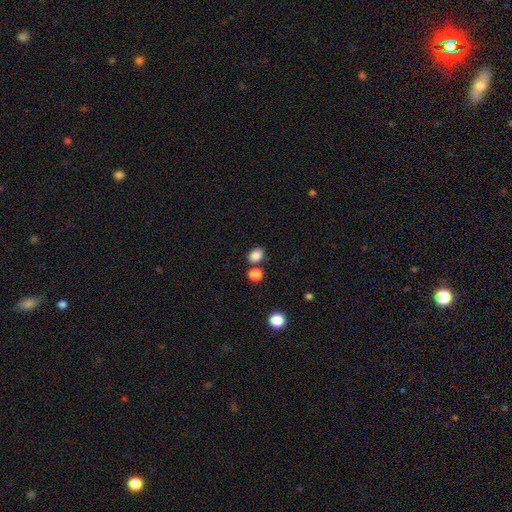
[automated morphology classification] This appears to be a smooth galaxy with no disk features (85%) that is in between round and cigar-shaped (62%). Merging: none (72%).